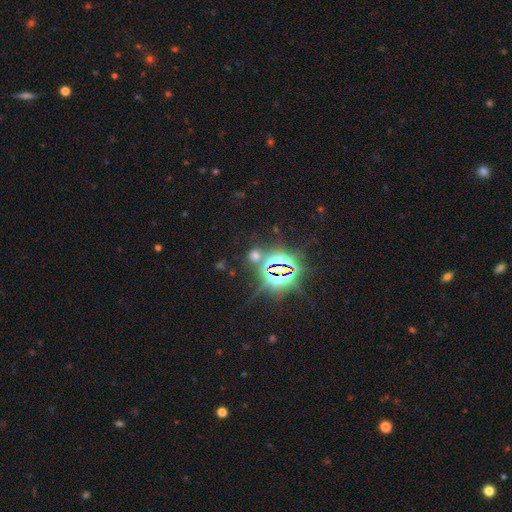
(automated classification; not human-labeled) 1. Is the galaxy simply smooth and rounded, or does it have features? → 64% star or artifact, 29% smooth, 8% featured or disk.